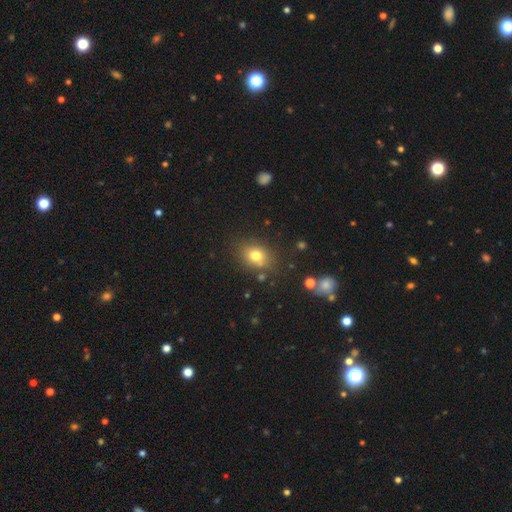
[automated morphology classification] This appears to be a smooth galaxy with no disk features (75%) that is in between round and cigar-shaped (55%). Merging: none (76%).